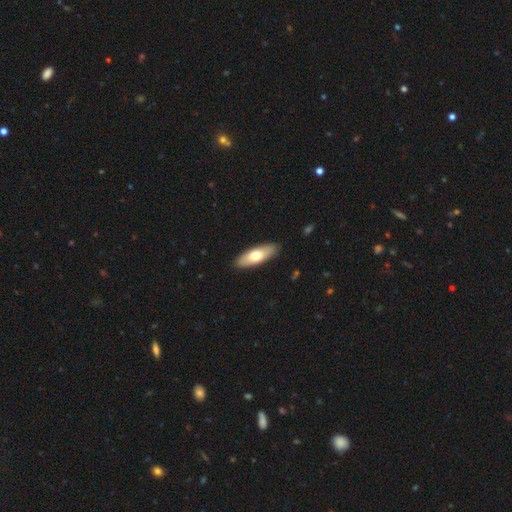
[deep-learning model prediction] smooth_or_featured: smooth (p=0.69) [alt: featured or disk p=0.26]
how_rounded: in between (p=0.59) [alt: cigar-shaped p=0.39]
merging: none (p=0.89) [alt: minor disturbance p=0.08]